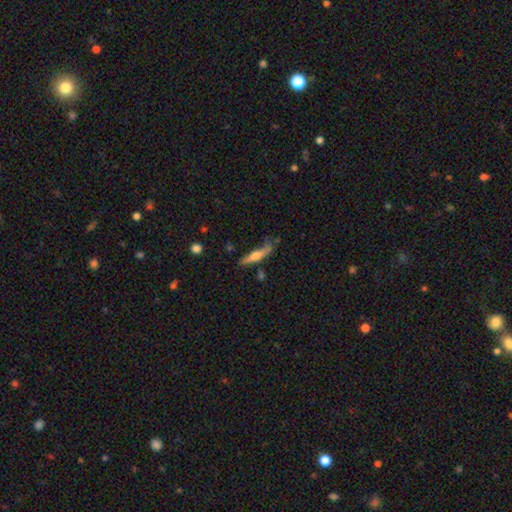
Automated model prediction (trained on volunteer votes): This is possibly a smooth galaxy (47%, tied with featured or disk). Merging: likely none (62%).